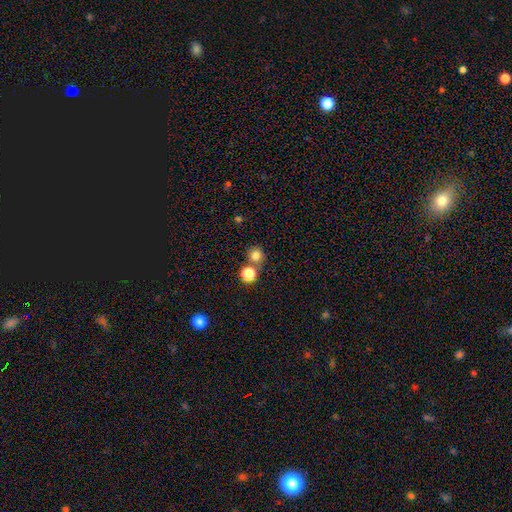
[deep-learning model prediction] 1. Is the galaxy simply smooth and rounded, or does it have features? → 78% smooth, 16% star or artifact, 7% featured or disk.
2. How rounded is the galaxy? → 90% round, 9% in between, 1% cigar-shaped.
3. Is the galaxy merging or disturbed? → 70% none, 19% merger, 8% minor disturbance, 3% major disturbance.